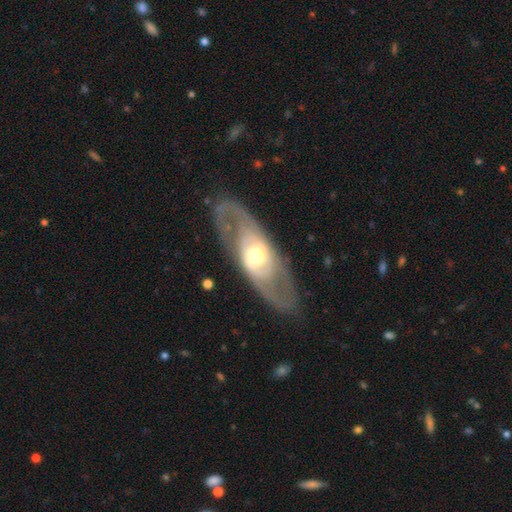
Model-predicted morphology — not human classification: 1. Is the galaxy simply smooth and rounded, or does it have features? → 77% featured or disk, 19% smooth, 5% star or artifact.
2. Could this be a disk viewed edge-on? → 81% no, 19% yes.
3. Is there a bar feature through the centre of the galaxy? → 62% no, 26% weak, 12% strong.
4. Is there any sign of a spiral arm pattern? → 57% yes, 43% no.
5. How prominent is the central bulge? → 64% moderate, 18% small, 16% large, 2% dominant, 1% none.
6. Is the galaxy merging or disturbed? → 78% none, 12% minor disturbance, 8% major disturbance, 1% merger.